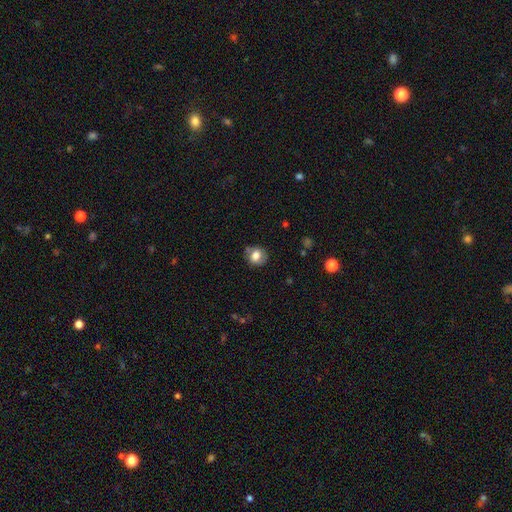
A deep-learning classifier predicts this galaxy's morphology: Smooth or featured? smooth (75%)
How rounded? round (75%)
Merging? none (75%)